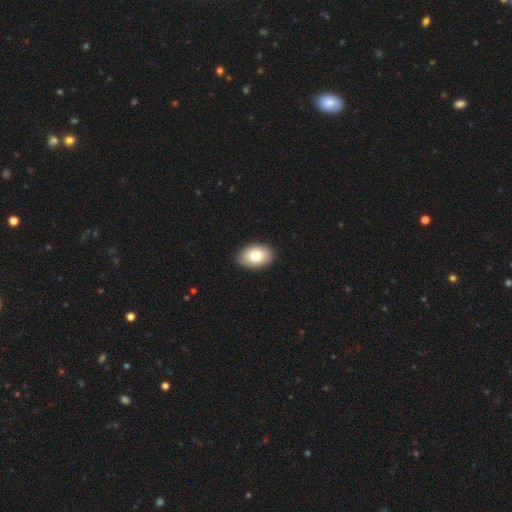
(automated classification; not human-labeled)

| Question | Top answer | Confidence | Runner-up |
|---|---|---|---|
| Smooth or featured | smooth | 80% | featured or disk (13%) |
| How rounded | in between | 86% | round (13%) |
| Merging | none | 90% | minor disturbance (7%) |